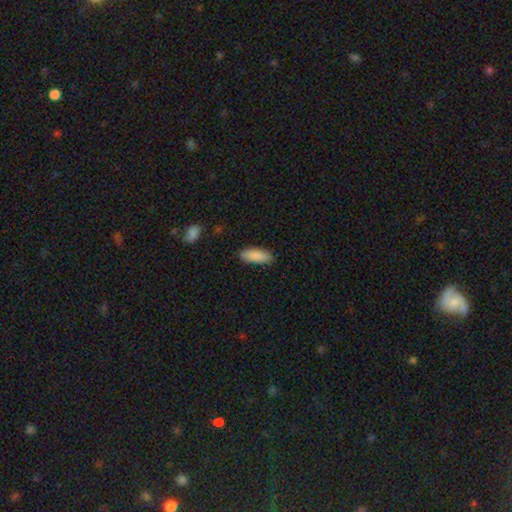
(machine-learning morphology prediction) Smooth or featured: smooth — 89% (star or artifact — 6%)
How rounded: in between — 70% (cigar-shaped — 28%)
Merging: none — 84% (minor disturbance — 12%)